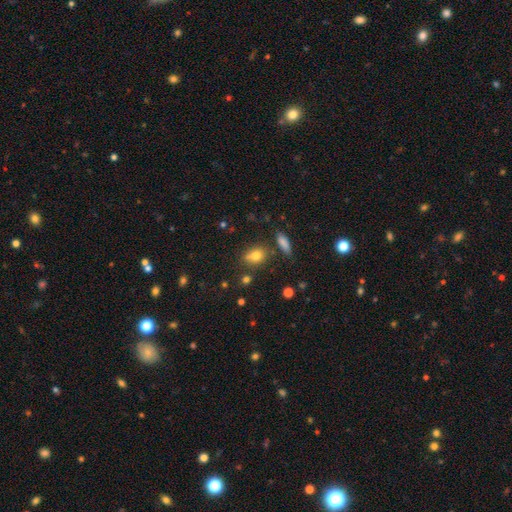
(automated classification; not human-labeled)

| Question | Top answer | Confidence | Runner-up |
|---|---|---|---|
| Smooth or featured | smooth | 75% | star or artifact (14%) |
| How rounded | in between | 58% | round (39%) |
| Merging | none | 69% | minor disturbance (15%) |